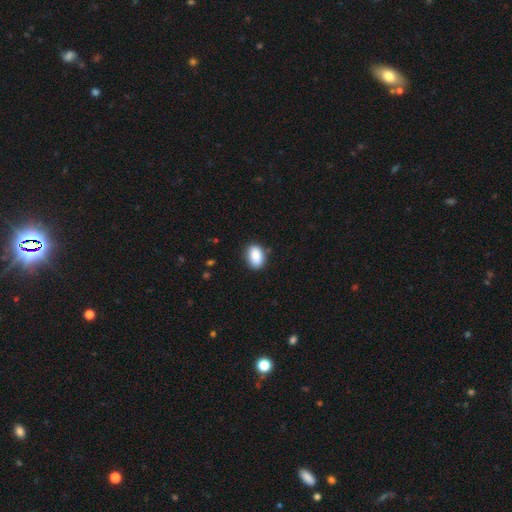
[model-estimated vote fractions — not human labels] smooth-or-featured: smooth: 88% | star or artifact: 7% | featured or disk: 4%
  how-rounded: in between: 85% | round: 14% | cigar-shaped: 1%
  merging: none: 85% | minor disturbance: 12% | major disturbance: 2% | merger: 1%